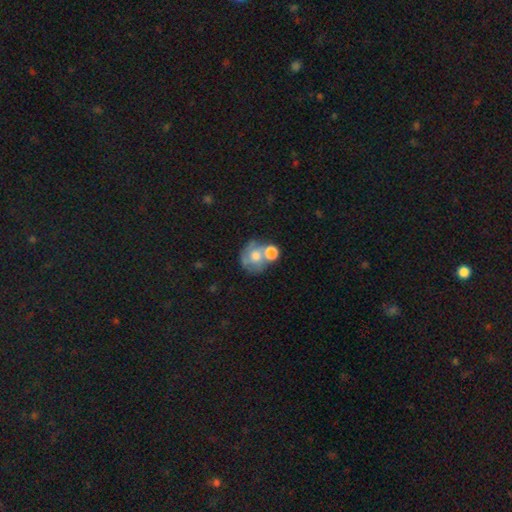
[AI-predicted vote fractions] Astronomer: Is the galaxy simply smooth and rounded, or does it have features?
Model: smooth — 58%.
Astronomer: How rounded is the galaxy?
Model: round — 71%.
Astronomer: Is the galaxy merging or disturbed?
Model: merger — 45% (runner-up: none, 32%).